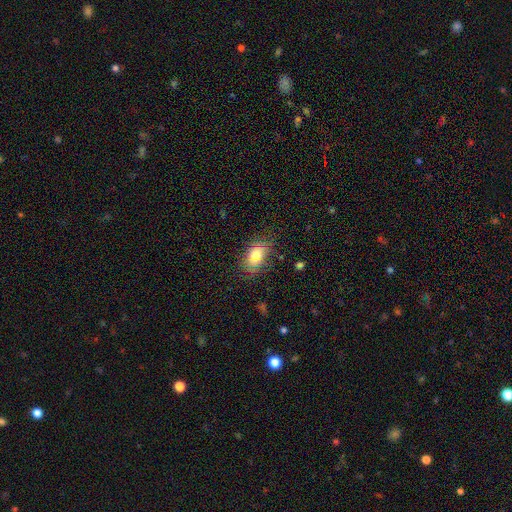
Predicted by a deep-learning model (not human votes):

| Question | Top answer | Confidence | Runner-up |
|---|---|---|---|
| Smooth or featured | smooth | 68% | star or artifact (17%) |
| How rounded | in between | 78% | round (19%) |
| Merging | none | 79% | minor disturbance (15%) |